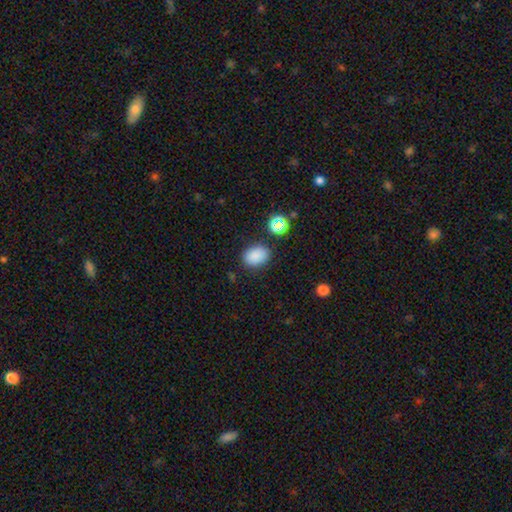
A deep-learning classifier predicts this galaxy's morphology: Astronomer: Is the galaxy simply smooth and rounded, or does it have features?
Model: smooth — 84%.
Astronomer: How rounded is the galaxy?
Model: in between — 71%.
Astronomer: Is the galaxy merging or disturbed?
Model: none — 82%.